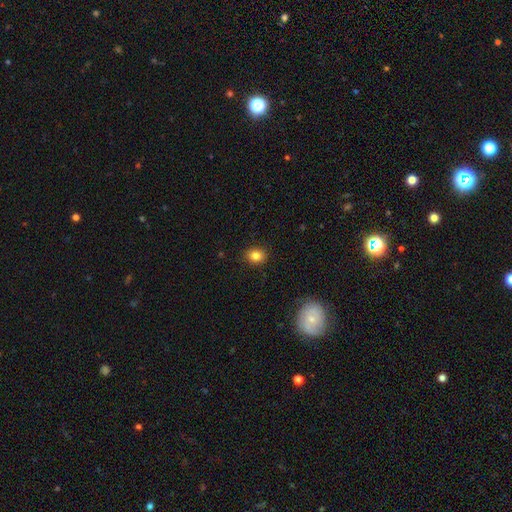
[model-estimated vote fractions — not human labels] Overall: smooth (84%). How rounded: round (59%; in between 40%). Merging: none (89%).